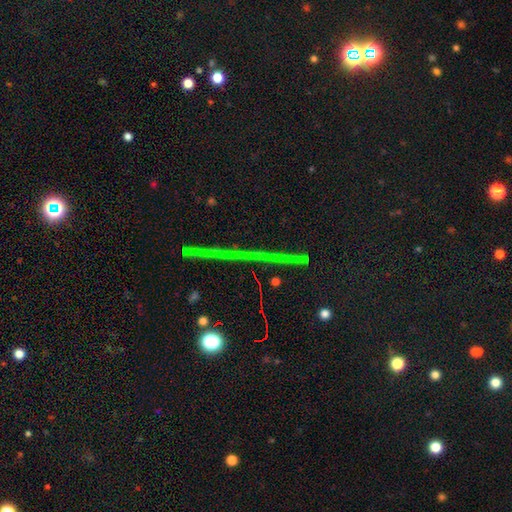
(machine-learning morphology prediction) type=star or artifact (71%).